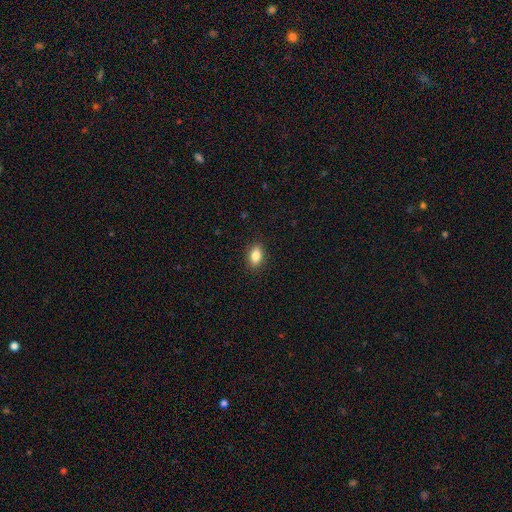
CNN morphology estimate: smooth_or_featured: smooth (p=0.85) [alt: star or artifact p=0.08]
how_rounded: in between (p=0.87) [alt: round p=0.11]
merging: none (p=0.89) [alt: minor disturbance p=0.08]